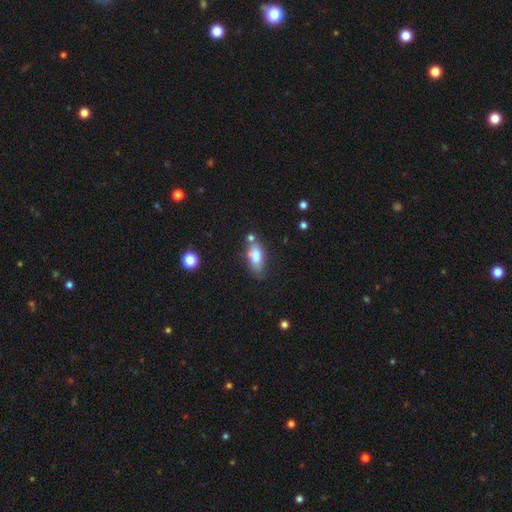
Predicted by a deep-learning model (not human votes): smooth_or_featured: smooth (p=0.76) [alt: featured or disk p=0.16]
how_rounded: in between (p=0.85) [alt: cigar-shaped p=0.10]
merging: none (p=0.51) [alt: minor disturbance p=0.23]